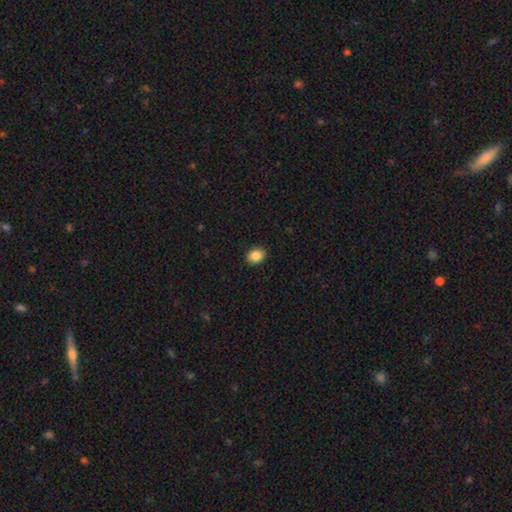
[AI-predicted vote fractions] This is clearly a smooth galaxy (87%). How rounded: possibly in between (53%). Merging: clearly none (90%).